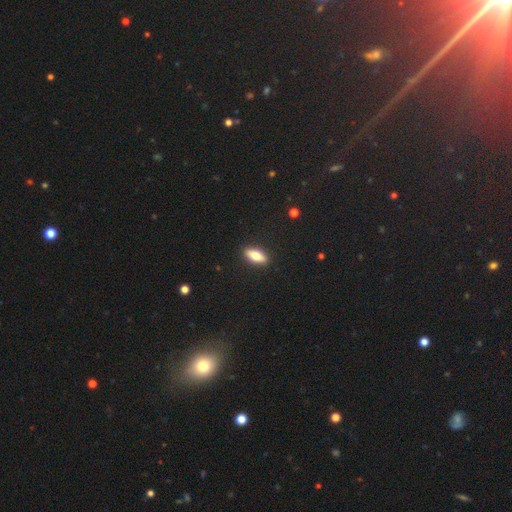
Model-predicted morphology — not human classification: Smooth or featured: smooth — 73% (featured or disk — 20%)
How rounded: in between — 71% (cigar-shaped — 25%)
Merging: none — 89% (minor disturbance — 8%)